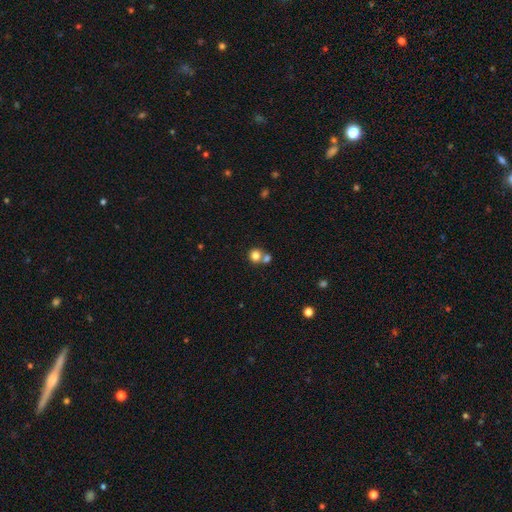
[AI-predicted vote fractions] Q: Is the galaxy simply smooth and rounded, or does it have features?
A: smooth — 80%.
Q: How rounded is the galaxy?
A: round — 87%.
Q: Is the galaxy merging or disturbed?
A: none — 51%.